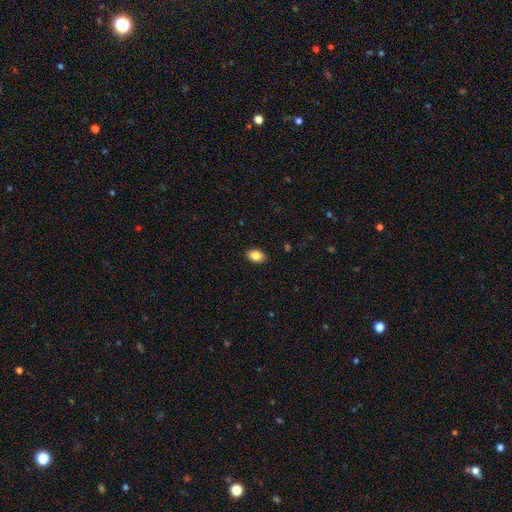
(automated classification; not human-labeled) Smooth or featured? smooth (86%)
How rounded? in between (87%)
Merging? none (88%)